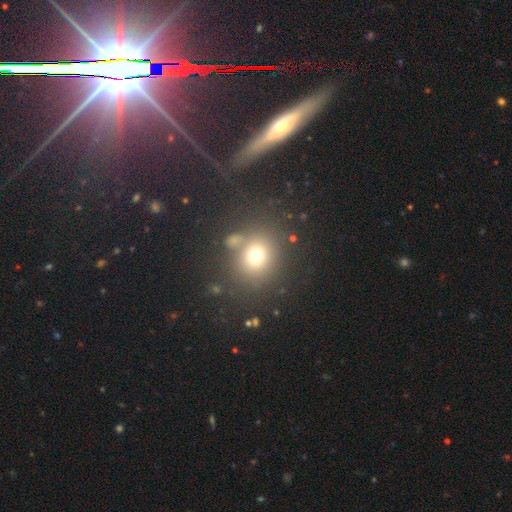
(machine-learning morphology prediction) The model was most divided on "smooth or featured": smooth: 71%, star or artifact: 18%, featured or disk: 11%. More confident: how rounded — round (78%); merging — none (73%).